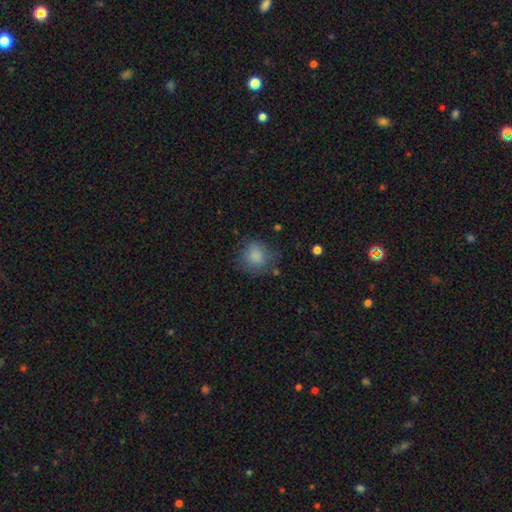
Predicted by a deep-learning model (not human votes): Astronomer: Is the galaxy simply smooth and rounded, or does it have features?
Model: smooth — 82%.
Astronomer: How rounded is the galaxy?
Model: round — 77%.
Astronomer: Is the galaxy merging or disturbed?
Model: none — 65%.